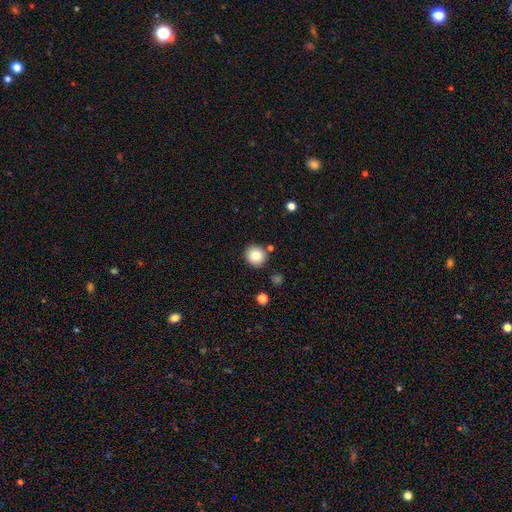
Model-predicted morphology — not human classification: smooth-or-featured: smooth: 83% | star or artifact: 10% | featured or disk: 7%
  how-rounded: round: 92% | in between: 7% | cigar-shaped: 1%
  merging: none: 86% | minor disturbance: 7% | merger: 5% | major disturbance: 2%